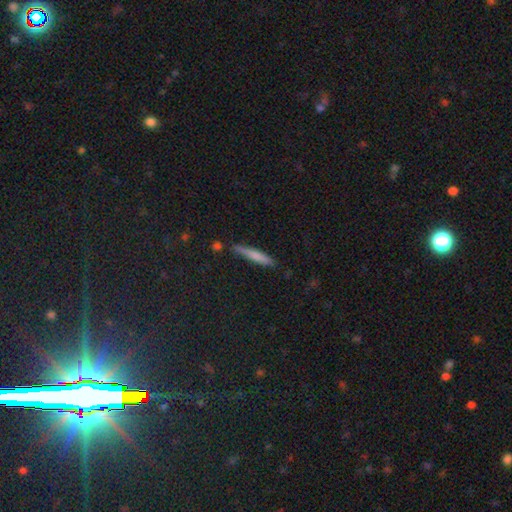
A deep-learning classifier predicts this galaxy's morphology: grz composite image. It shows a smooth galaxy with no disk features (68%) that is cigar-shaped (93%). Merging: none (82%).